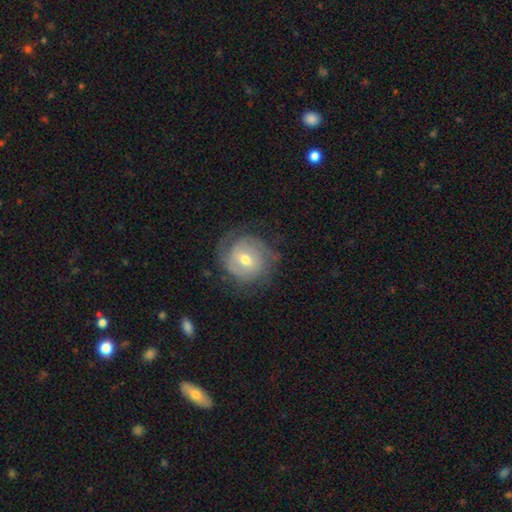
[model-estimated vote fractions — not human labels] This appears to be a featured or disk galaxy (45%). Merging: none (85%).